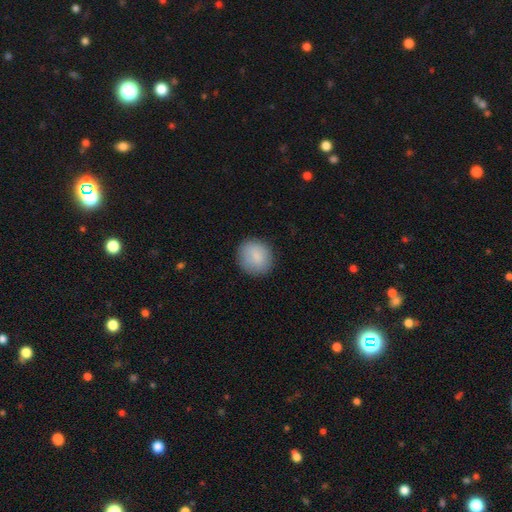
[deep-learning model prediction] A smooth galaxy with no disk features (83%) that is round (78%). Merging: none (83%).